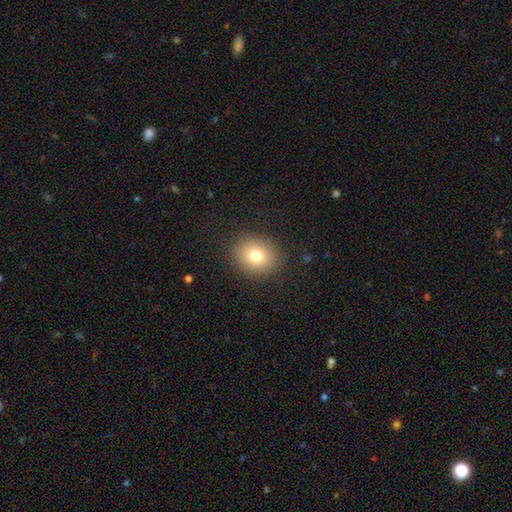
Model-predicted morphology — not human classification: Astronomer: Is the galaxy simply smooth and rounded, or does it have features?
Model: smooth — 78%.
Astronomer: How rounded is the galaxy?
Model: round — 66%.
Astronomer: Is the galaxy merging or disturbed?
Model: none — 88%.